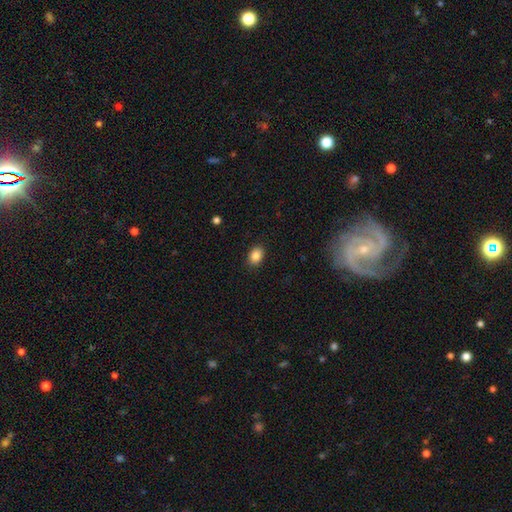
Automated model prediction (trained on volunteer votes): A smooth galaxy with no disk features (85%) that is in between round and cigar-shaped (76%).

Vote fractions:
- Smooth or featured? smooth: 85% / star or artifact: 9% / featured or disk: 6%
- How rounded? in between: 76% / round: 23% / cigar-shaped: 1%
- Merging? none: 89% / minor disturbance: 8% / major disturbance: 2% / merger: 1%